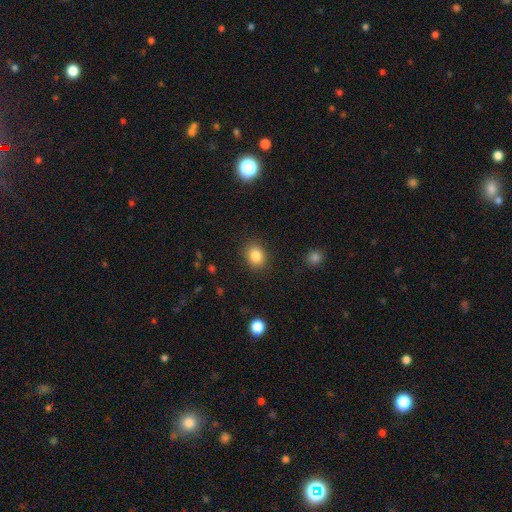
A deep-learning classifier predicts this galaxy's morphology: smooth-or-featured: smooth: 84% | star or artifact: 10% | featured or disk: 6%
  how-rounded: round: 55% | in between: 44% | cigar-shaped: 1%
  merging: none: 87% | minor disturbance: 9% | major disturbance: 3% | merger: 1%